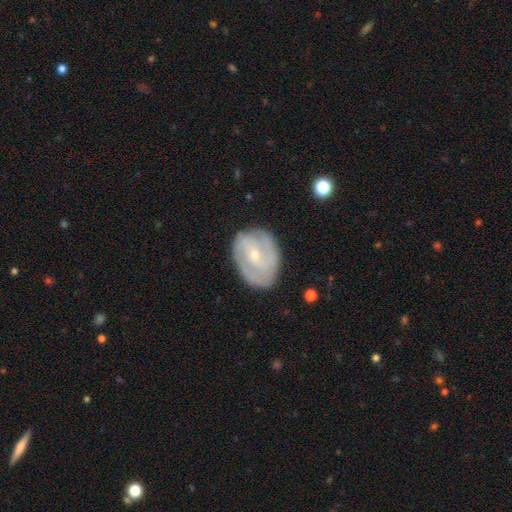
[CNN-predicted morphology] type=featured or disk (73%); edge-on=no (96%); bar=weak (44%); spiral arms=yes (84%); winding=tight (49%); arm count=2 (50%); bulge=small (64%); merging=none (76%).